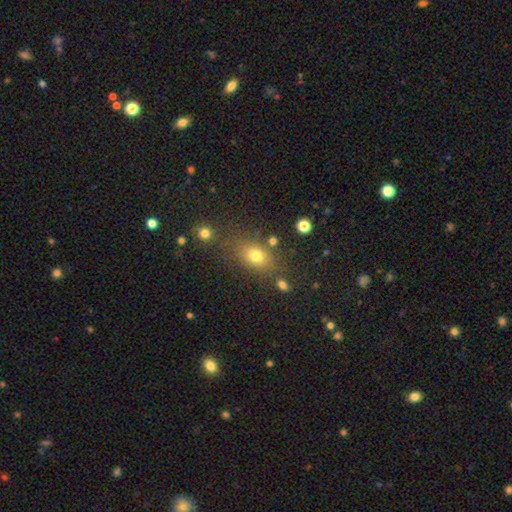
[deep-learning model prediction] This appears to be a smooth galaxy with no disk features (74%) that is in between round and cigar-shaped (64%). Merging: none (71%).